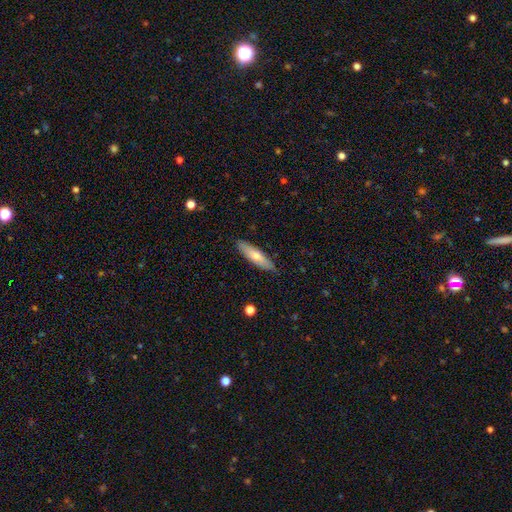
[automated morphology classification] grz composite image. It shows a smooth galaxy with no disk features (63%) that is cigar-shaped (74%). Merging: none (88%).